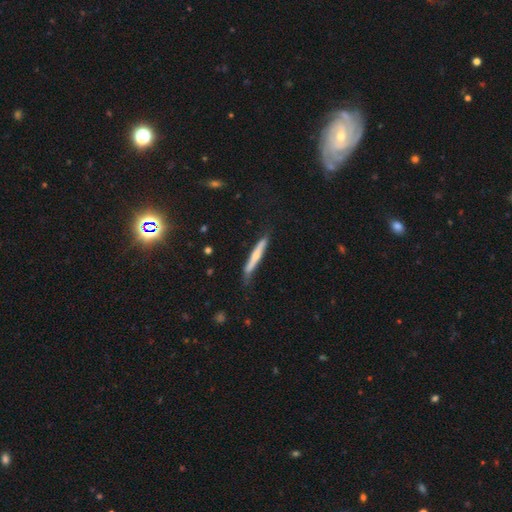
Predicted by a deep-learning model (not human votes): smooth-or-featured: smooth: 50% | featured or disk: 44% | star or artifact: 6%
  how-rounded: cigar-shaped: 94% | in between: 4% | round: 1%
  merging: none: 74% | minor disturbance: 20% | major disturbance: 4% | merger: 2%